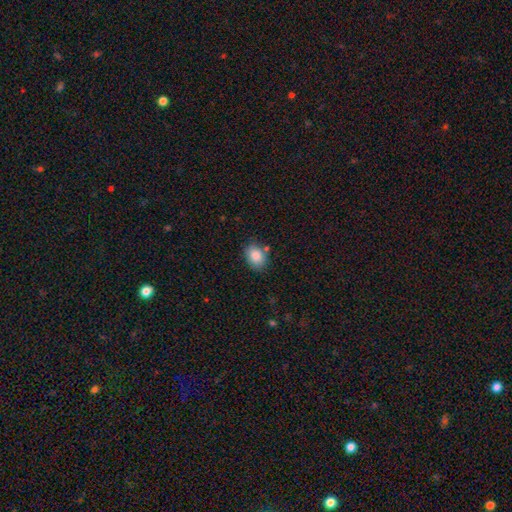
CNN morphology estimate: Overall: smooth (86%). How rounded: in between (70%). Merging: none (76%).